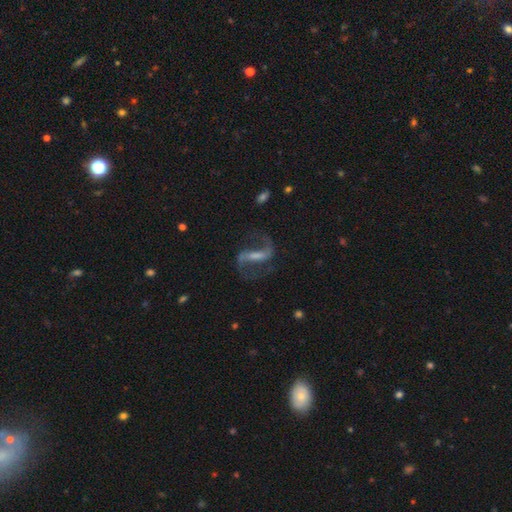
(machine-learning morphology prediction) This is clearly a featured or disk galaxy (87%). It is clearly not viewed edge-on (95%). Bar: possibly strong (60%). Spiral arm pattern: clearly yes (96%). Spiral arm count: clearly 2 (93%). Spiral winding: possibly loose (51%). Central bulge: marginally small (35%). Merging: likely none (76%).